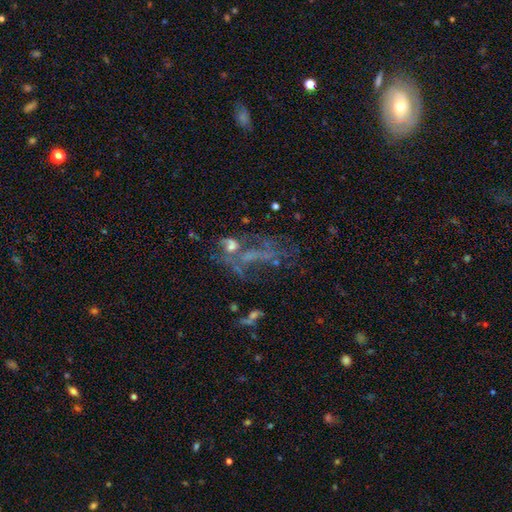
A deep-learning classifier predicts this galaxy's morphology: Overall: featured or disk (54%; star or artifact 29%). Edge-on disk: no (94%). Bar: no (78%). Spiral arms: no (75%). Bulge size: none (63%). Merging: major disturbance (36%; none 34%).